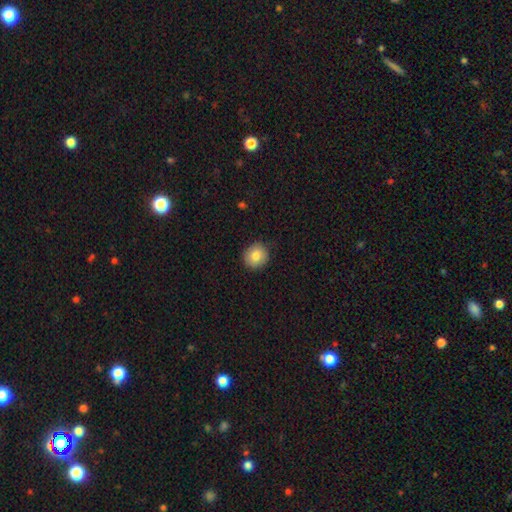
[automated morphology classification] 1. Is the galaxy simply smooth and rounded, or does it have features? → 83% smooth, 9% star or artifact, 8% featured or disk.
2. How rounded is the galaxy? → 89% round, 10% in between, 1% cigar-shaped.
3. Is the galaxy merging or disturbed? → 88% none, 9% minor disturbance, 2% major disturbance, 1% merger.